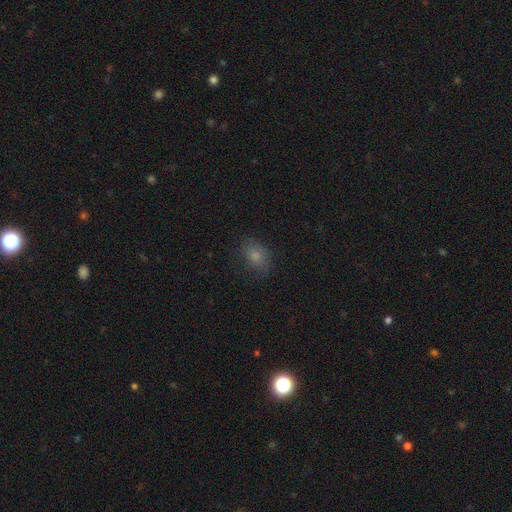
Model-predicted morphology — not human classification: Overall: smooth (74%). How rounded: in between (70%). Merging: none (72%).